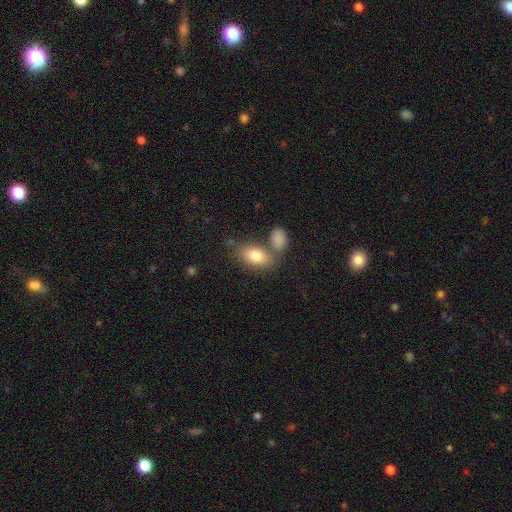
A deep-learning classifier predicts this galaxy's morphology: A smooth galaxy with no disk features (79%) that is in between round and cigar-shaped (89%).

Vote fractions:
- Smooth or featured? smooth: 79% / featured or disk: 13% / star or artifact: 7%
- How rounded? in between: 89% / round: 7% / cigar-shaped: 3%
- Merging? none: 58% / merger: 25% / minor disturbance: 13% / major disturbance: 5%